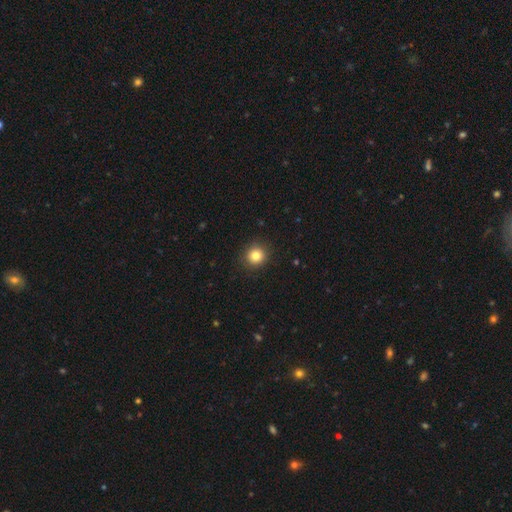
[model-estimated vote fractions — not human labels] A smooth galaxy with no disk features (83%) that is round (92%).

Vote fractions:
- Smooth or featured? smooth: 83% / star or artifact: 11% / featured or disk: 6%
- How rounded? round: 92% / in between: 7% / cigar-shaped: 1%
- Merging? none: 91% / minor disturbance: 6% / major disturbance: 2% / merger: 1%